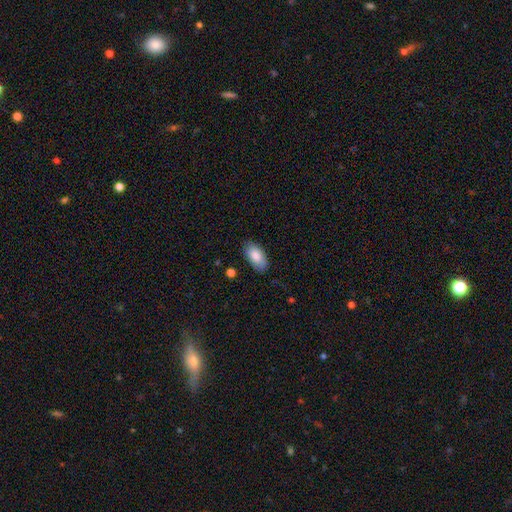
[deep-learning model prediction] Smooth or featured: smooth — 85% (featured or disk — 9%)
How rounded: in between — 94% (cigar-shaped — 3%)
Merging: none — 84% (minor disturbance — 12%)